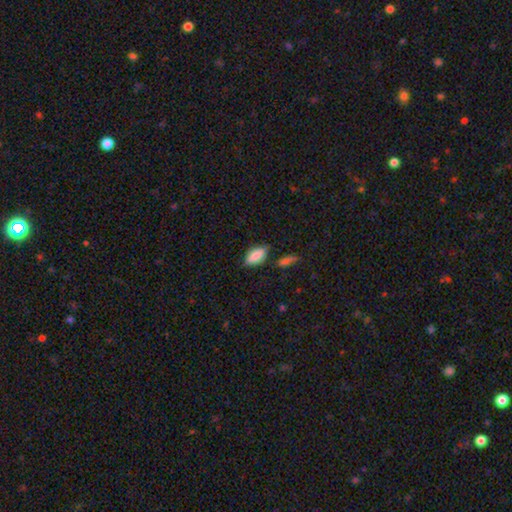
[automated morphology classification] This is likely a smooth galaxy (78%). How rounded: clearly in between (85%). Merging: likely none (67%).